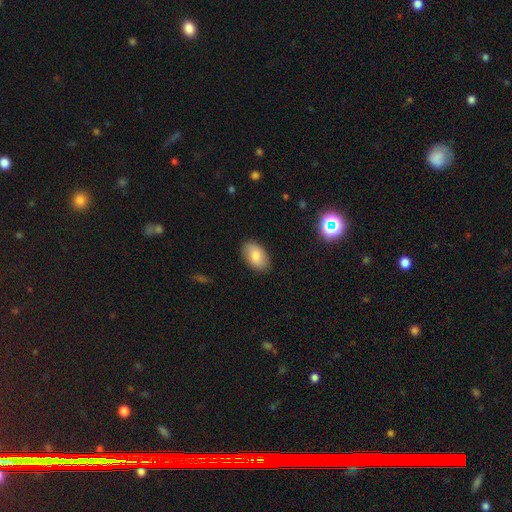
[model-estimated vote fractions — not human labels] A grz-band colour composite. It shows a smooth galaxy with no disk features (78%) that is in between round and cigar-shaped (90%). Merging: none (87%).